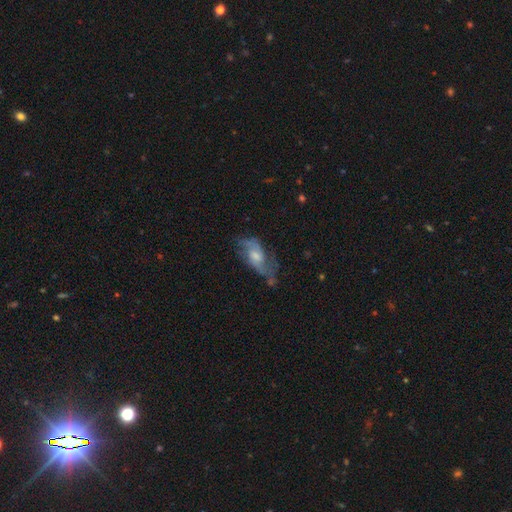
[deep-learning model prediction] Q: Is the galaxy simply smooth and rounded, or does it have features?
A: featured or disk — 67%.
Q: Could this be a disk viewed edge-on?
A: no — 92%.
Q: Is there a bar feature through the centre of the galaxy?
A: no — 55%.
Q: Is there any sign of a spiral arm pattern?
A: yes — 82%.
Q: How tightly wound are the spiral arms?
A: loose — 43%.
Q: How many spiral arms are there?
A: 2 — 69%.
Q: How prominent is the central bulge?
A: moderate — 46%.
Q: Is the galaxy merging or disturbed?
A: none — 47%.